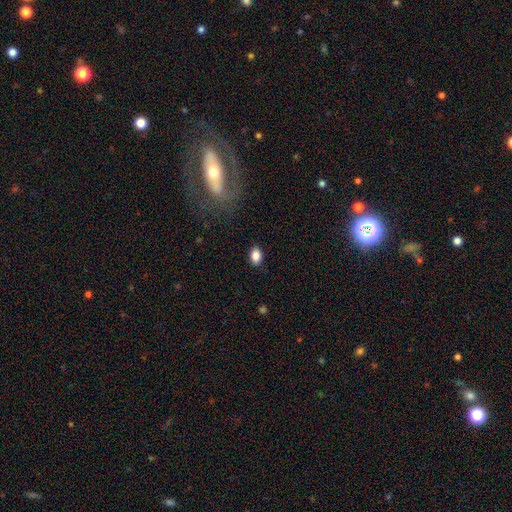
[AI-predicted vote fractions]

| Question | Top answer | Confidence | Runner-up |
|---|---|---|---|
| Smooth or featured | smooth | 86% | star or artifact (9%) |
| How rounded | in between | 83% | round (16%) |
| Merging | none | 87% | minor disturbance (10%) |